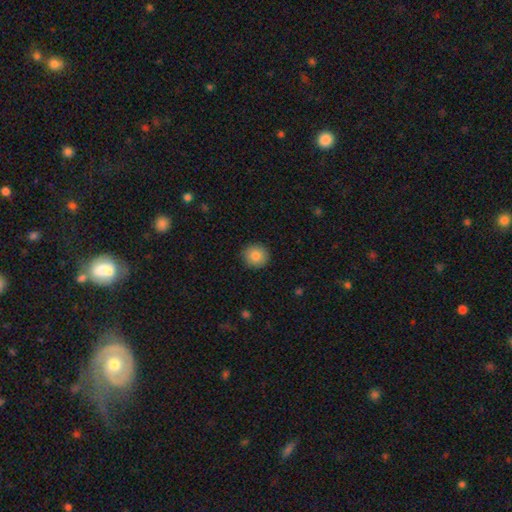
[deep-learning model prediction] This appears to be a smooth galaxy with no disk features (86%) that is round (90%). Merging: none (91%).